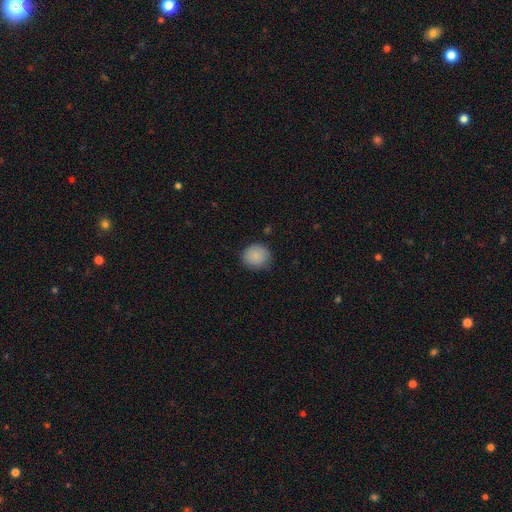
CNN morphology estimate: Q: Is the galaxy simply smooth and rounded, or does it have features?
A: smooth — 87%.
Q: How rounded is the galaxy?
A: round — 84%.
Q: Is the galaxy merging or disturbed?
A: none — 80%.